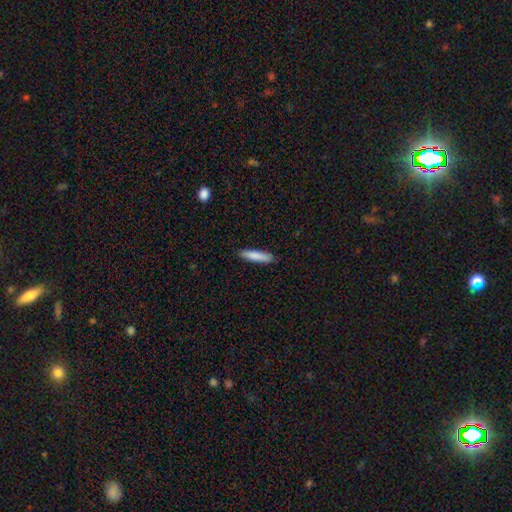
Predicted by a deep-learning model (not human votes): smooth 85%, featured or disk 9%, star or artifact 6%. Down the decision tree: how rounded — cigar-shaped (84%); merging — none (89%).